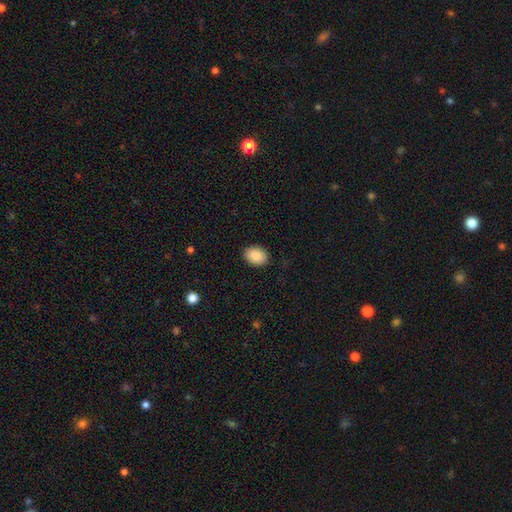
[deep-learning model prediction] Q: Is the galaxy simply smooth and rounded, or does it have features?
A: smooth — 88%.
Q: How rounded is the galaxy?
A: in between — 72%.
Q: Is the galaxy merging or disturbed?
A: none — 89%.